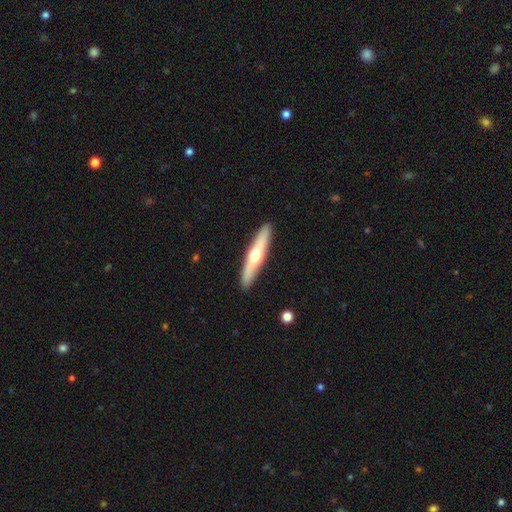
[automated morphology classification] This appears to be a featured or disk galaxy (56%) viewed edge-on (91%) with a rounded central bulge (91%). Merging: none (91%).